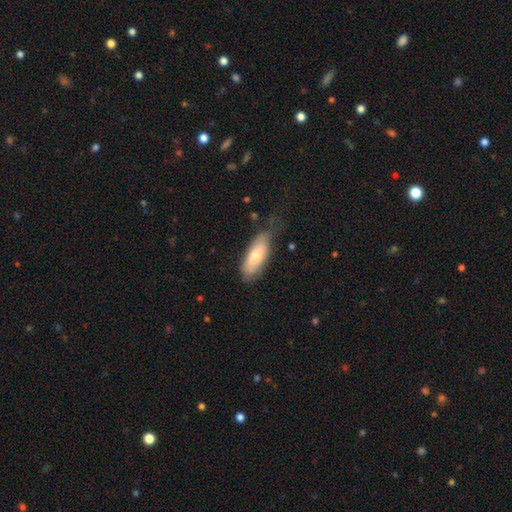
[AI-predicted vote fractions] The model was most divided on "merging": none: 60%, minor disturbance: 29%, major disturbance: 9%, merger: 2%. More confident: how rounded — in between (74%); smooth or featured — smooth (71%).